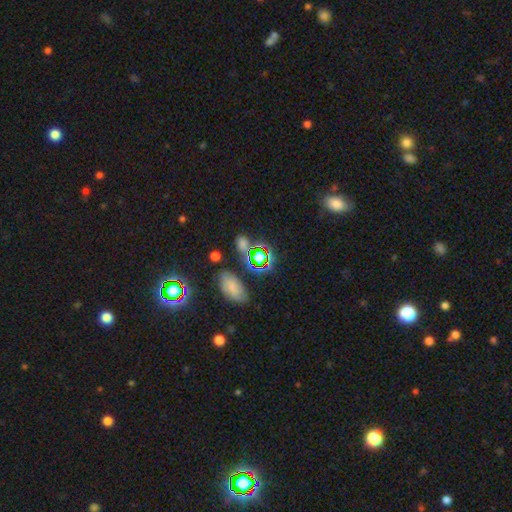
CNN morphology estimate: Smooth or featured? Predicted: star or artifact (p=0.51).